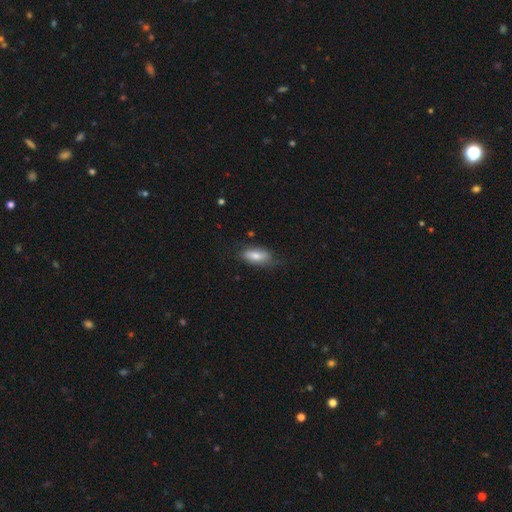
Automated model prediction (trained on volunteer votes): A smooth galaxy with no disk features (72%) that is in between round and cigar-shaped (86%). Merging: none (65%).